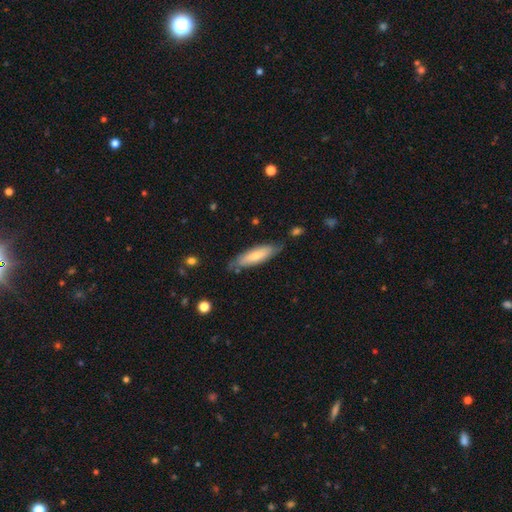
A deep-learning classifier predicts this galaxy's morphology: smooth-or-featured: smooth: 66% | featured or disk: 29% | star or artifact: 5%
  how-rounded: cigar-shaped: 57% | in between: 42% | round: 1%
  merging: none: 70% | minor disturbance: 23% | major disturbance: 5% | merger: 3%